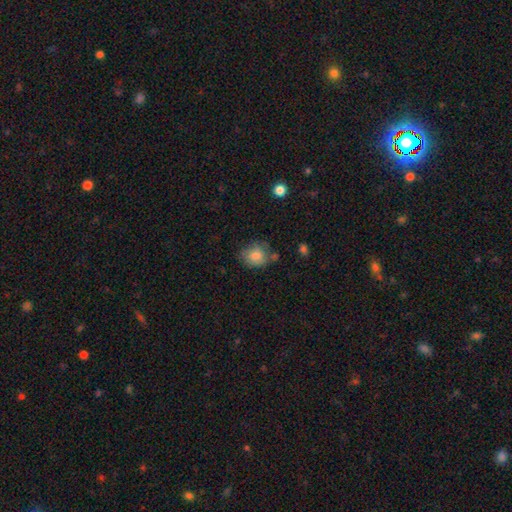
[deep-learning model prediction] Morphology: type=smooth (78%); roundness=round (61%); merging=none (61%).